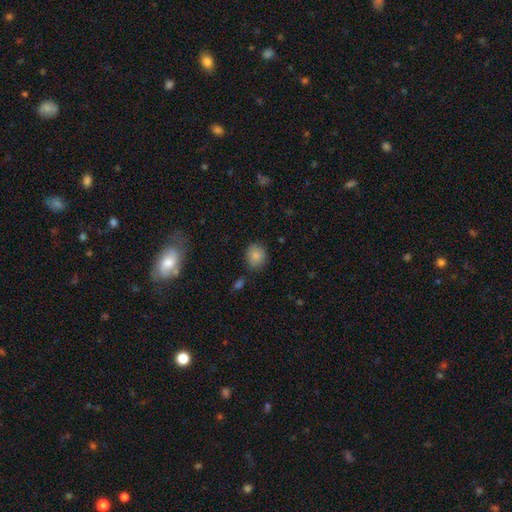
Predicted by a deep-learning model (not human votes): smooth-or-featured: smooth: 84% | star or artifact: 9% | featured or disk: 7%
  how-rounded: round: 71% | in between: 28% | cigar-shaped: 1%
  merging: none: 80% | minor disturbance: 14% | merger: 3% | major disturbance: 3%